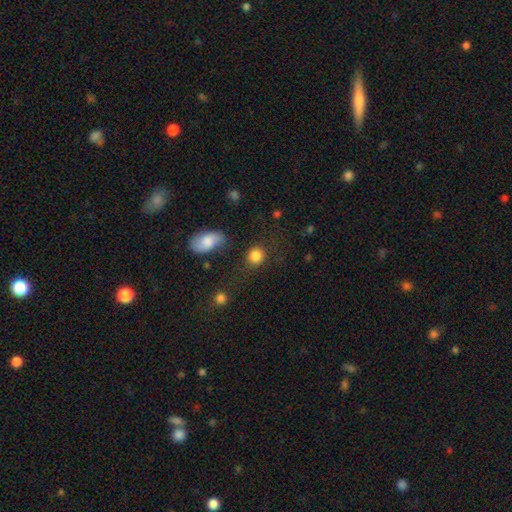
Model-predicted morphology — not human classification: smooth_or_featured: smooth (p=0.85) [alt: star or artifact p=0.09]
how_rounded: round (p=0.78) [alt: in between p=0.20]
merging: none (p=0.77) [alt: minor disturbance p=0.12]